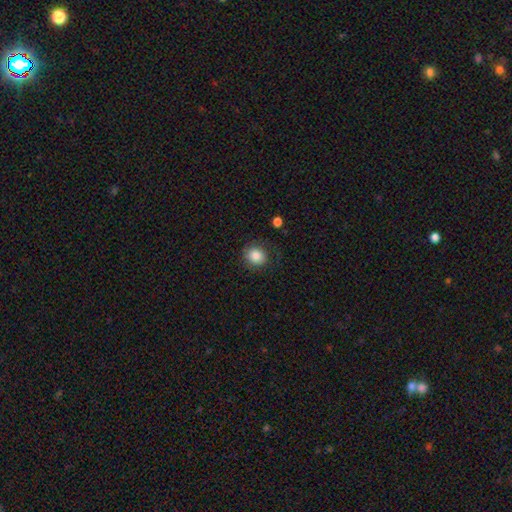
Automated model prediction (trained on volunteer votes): Smooth or featured?
  - smooth: 84% *
  - star or artifact: 9%
  - featured or disk: 7%
How rounded?
  - round: 81% *
  - in between: 19%
  - cigar-shaped: 1%
Merging?
  - none: 78% *
  - minor disturbance: 14%
  - major disturbance: 6%
  - merger: 2%